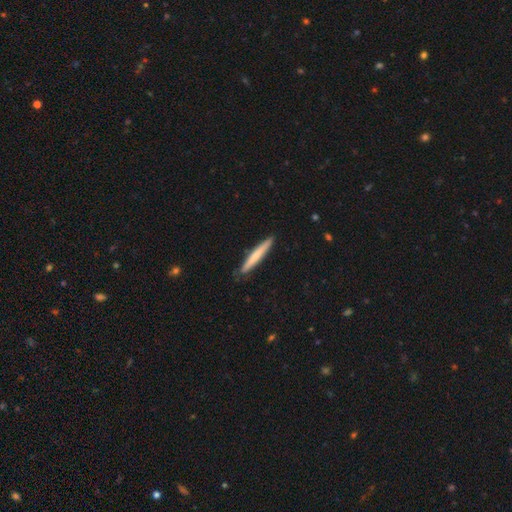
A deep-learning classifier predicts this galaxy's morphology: A smooth galaxy with no disk features (67%) that is cigar-shaped (95%).

Vote fractions:
- Smooth or featured? smooth: 67% / featured or disk: 28% / star or artifact: 5%
- How rounded? cigar-shaped: 95% / in between: 3% / round: 1%
- Merging? none: 86% / minor disturbance: 11% / major disturbance: 2% / merger: 1%